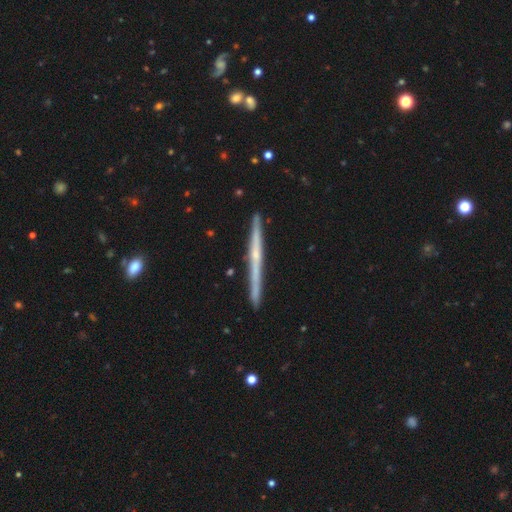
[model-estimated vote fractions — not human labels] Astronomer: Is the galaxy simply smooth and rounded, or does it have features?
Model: featured or disk — 72%.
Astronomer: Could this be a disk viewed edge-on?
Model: yes — 98%.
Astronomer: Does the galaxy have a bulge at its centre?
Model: none — 50% (runner-up: rounded, 44%).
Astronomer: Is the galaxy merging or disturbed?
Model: none — 89%.